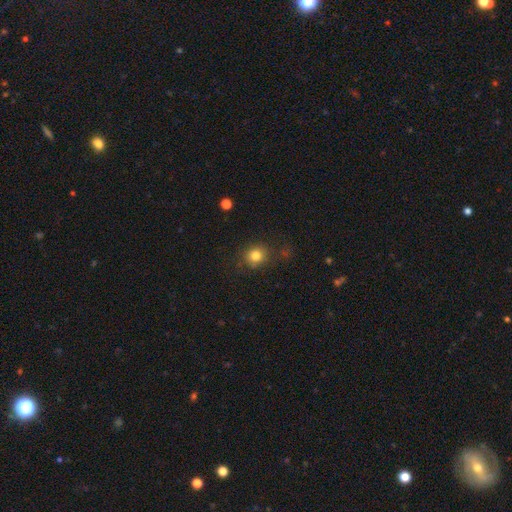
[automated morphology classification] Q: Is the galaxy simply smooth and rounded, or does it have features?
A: smooth — 82%.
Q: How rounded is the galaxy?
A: round — 82%.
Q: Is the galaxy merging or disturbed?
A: none — 80%.